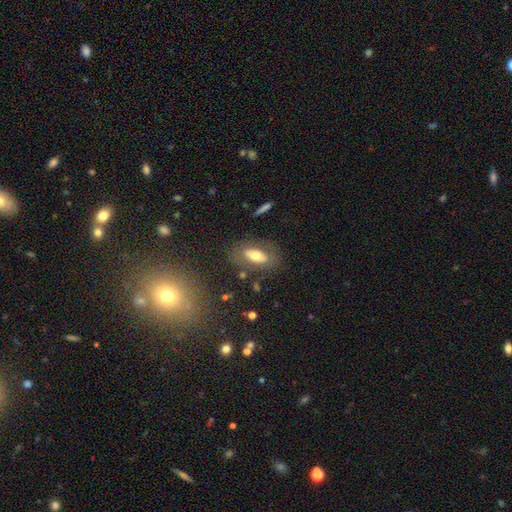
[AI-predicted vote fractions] smooth-or-featured: smooth: 56% | featured or disk: 36% | star or artifact: 8%
  how-rounded: in between: 85% | cigar-shaped: 10% | round: 5%
  merging: none: 74% | minor disturbance: 15% | major disturbance: 8% | merger: 3%